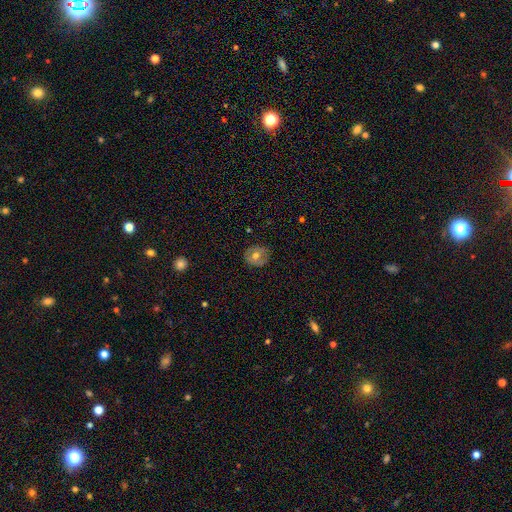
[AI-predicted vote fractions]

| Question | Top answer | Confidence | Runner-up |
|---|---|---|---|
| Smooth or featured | smooth | 59% | featured or disk (33%) |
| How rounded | round | 78% | in between (21%) |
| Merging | none | 81% | minor disturbance (14%) |